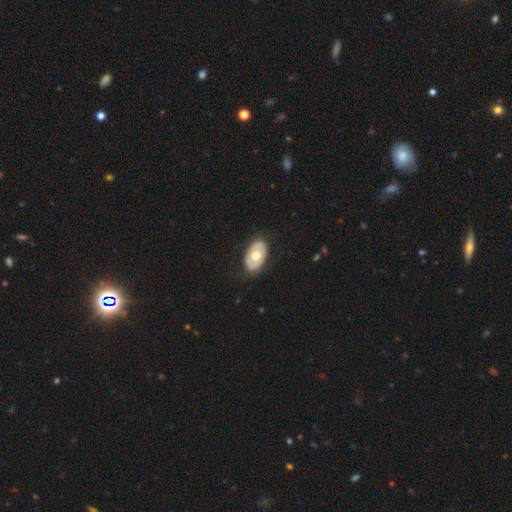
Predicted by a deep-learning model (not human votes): Q: Smooth or featured?
A: smooth (55%); runner-up: featured or disk (40%)
Q: How rounded?
A: in between (89%); runner-up: round (9%)
Q: Merging?
A: none (84%); runner-up: minor disturbance (12%)